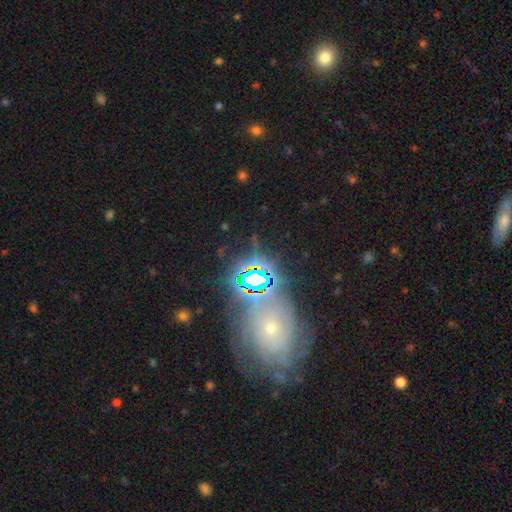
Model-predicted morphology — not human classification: This appears to be a star or artifact, not a galaxy (64%).